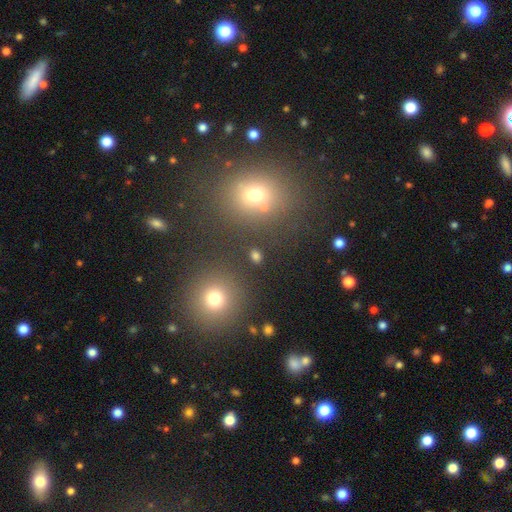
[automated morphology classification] This is possibly a smooth galaxy (51%). How rounded: likely round (79%). Merging: likely none (78%).